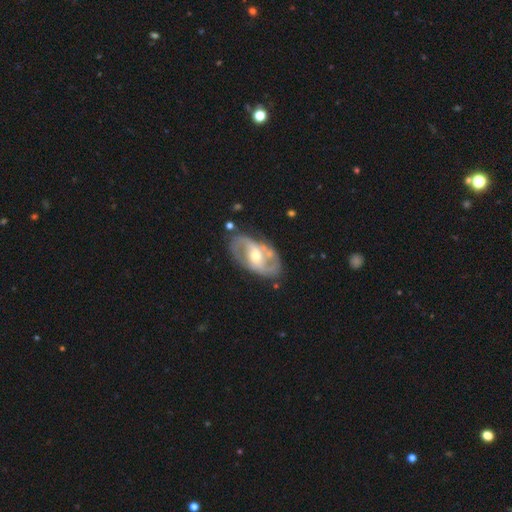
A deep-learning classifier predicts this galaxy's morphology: A featured or disk galaxy (84%) with a weak bar (41%), 2 (84%) medium (50%) spiral arms (87%) and a moderate central bulge (62%).

Vote fractions:
- Smooth or featured? featured or disk: 84% / smooth: 11% / star or artifact: 5%
- Edge-on disk? no: 95% / yes: 5%
- Bar? weak: 41% / strong: 31% / no: 28%
- Spiral arms? yes: 87% / no: 13%
- Spiral winding? medium: 50% / tight: 29% / loose: 21%
- Spiral arm count? 2: 84% / can't tell: 8% / 3: 3% / 1: 2% / 4: 1% / more than 4: 1%
- Bulge size? moderate: 62% / small: 33% / large: 4% / none: 1% / dominant: 1%
- Merging? none: 74% / minor disturbance: 16% / major disturbance: 6% / merger: 4%